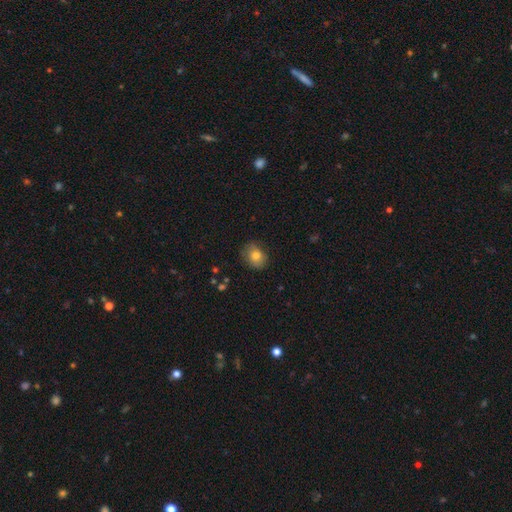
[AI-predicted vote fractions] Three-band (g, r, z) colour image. It shows a smooth galaxy with no disk features (79%) that is round (51%). Merging: none (79%).